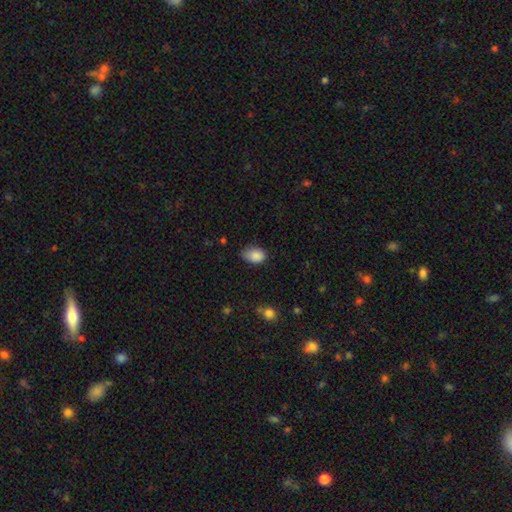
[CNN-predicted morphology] Smooth or featured? Predicted: smooth (p=0.87). How rounded? Predicted: in between (p=0.83). Merging? Predicted: none (p=0.59).